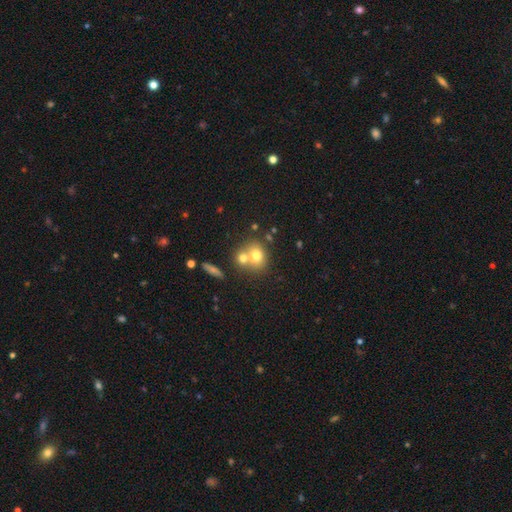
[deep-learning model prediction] A smooth galaxy with no disk features (68%) that is round (71%).

Vote fractions:
- Smooth or featured? smooth: 68% / featured or disk: 20% / star or artifact: 12%
- How rounded? round: 71% / in between: 28% / cigar-shaped: 1%
- Merging? merger: 51% / none: 38% / minor disturbance: 8% / major disturbance: 3%